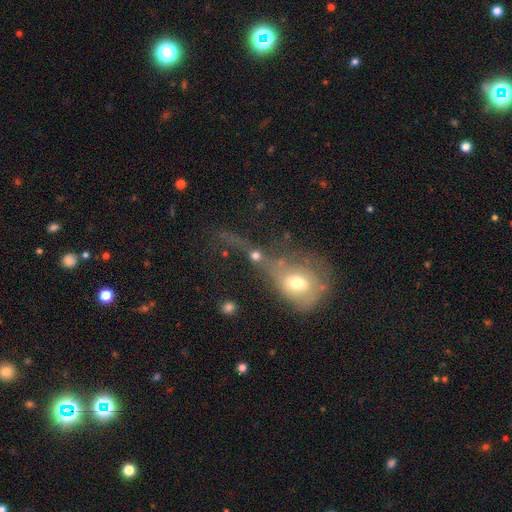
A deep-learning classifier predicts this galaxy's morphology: This is possibly a smooth galaxy (51%). How rounded: possibly round (56%). Merging: marginally merger (41%).